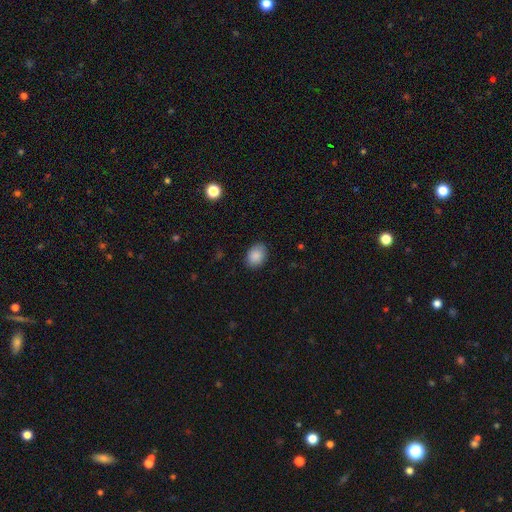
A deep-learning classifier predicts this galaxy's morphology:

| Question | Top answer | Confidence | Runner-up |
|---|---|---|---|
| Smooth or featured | smooth | 88% | star or artifact (8%) |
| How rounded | in between | 71% | round (28%) |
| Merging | none | 85% | minor disturbance (11%) |